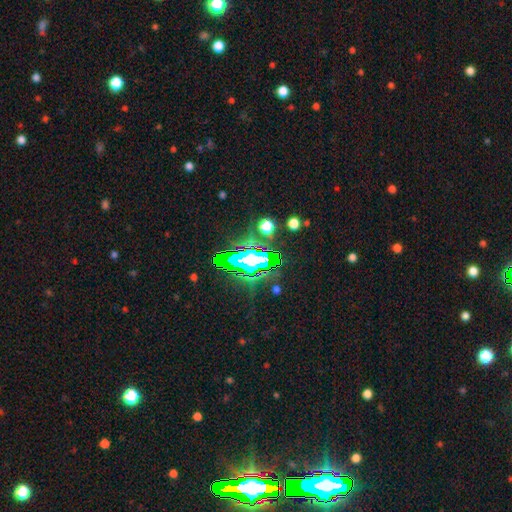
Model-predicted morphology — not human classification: smooth-or-featured: star or artifact: 77% | featured or disk: 12% | smooth: 11%